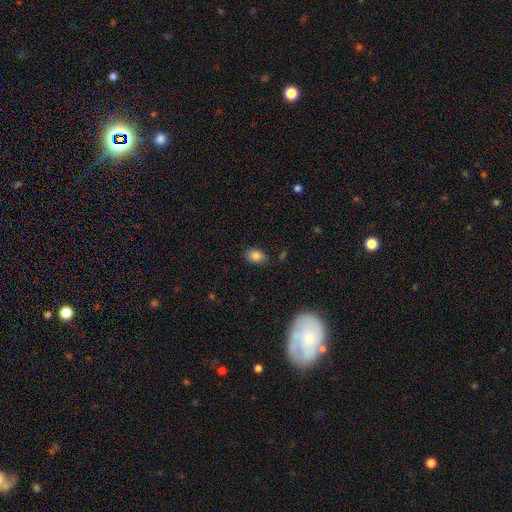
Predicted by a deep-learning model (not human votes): Overall: smooth (83%). How rounded: in between (78%). Merging: none (81%).